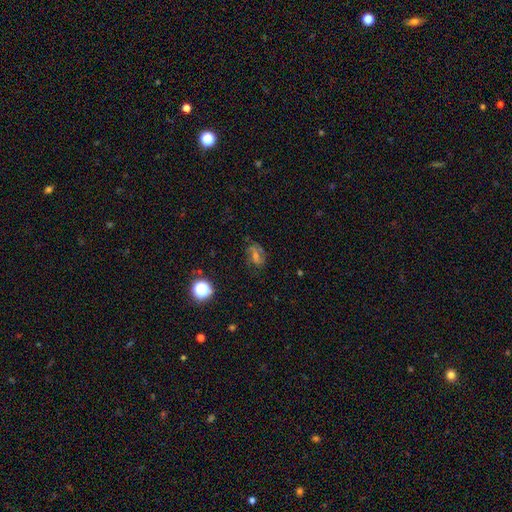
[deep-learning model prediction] smooth_or_featured: featured or disk (p=0.49) [alt: star or artifact p=0.28]
merging: none (p=0.75) [alt: minor disturbance p=0.15]